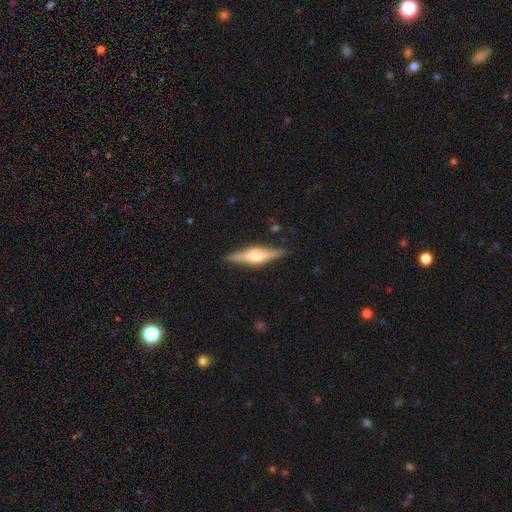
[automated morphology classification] type=featured or disk (74%); edge-on=yes (97%); edge-on bulge=rounded (91%); merging=none (89%).